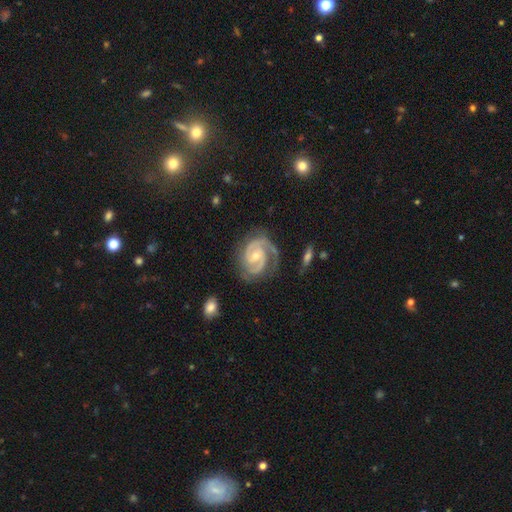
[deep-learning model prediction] Smooth or featured?
  - featured or disk: 91% *
  - smooth: 5%
  - star or artifact: 4%
Edge-on disk?
  - no: 98% *
  - yes: 2%
Bar?
  - no: 45% *
  - weak: 44%
  - strong: 11%
Spiral arms?
  - yes: 98% *
  - no: 2%
Spiral winding?
  - tight: 55% *
  - medium: 39%
  - loose: 6%
Spiral arm count?
  - 2: 72% *
  - 3: 14%
  - can't tell: 6%
  - 1: 5%
  - 4: 2%
  - more than 4: 2%
Bulge size?
  - small: 49% *
  - moderate: 46%
  - none: 2%
  - large: 2%
  - dominant: 1%
Merging?
  - none: 68% *
  - minor disturbance: 20%
  - major disturbance: 9%
  - merger: 2%